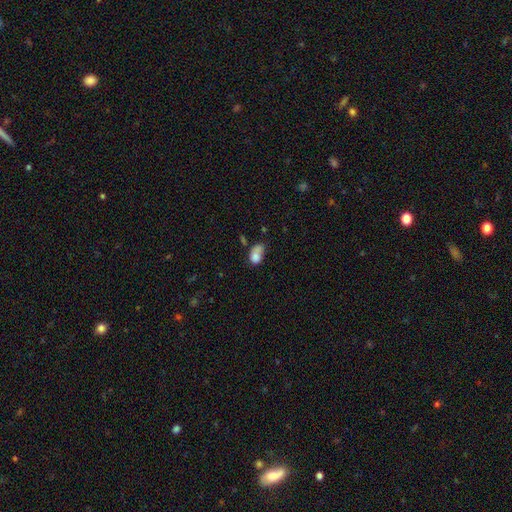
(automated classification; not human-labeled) smooth-or-featured: smooth: 75% | featured or disk: 15% | star or artifact: 10%
  how-rounded: in between: 74% | round: 24% | cigar-shaped: 2%
  merging: merger: 28% | none: 27% | minor disturbance: 24% | major disturbance: 21%